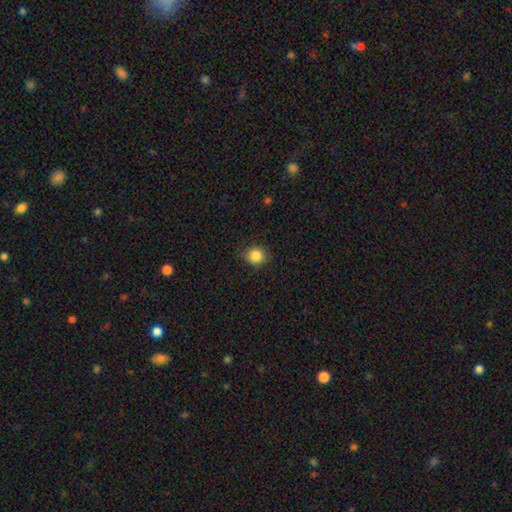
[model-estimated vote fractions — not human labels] Morphology: type=smooth (86%); roundness=round (88%); merging=none (89%).